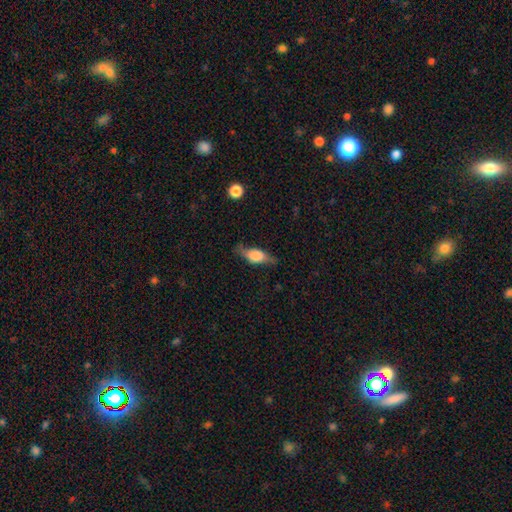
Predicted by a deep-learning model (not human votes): smooth_or_featured: smooth (p=0.54) [alt: featured or disk p=0.39]
how_rounded: in between (p=0.70) [alt: cigar-shaped p=0.24]
merging: none (p=0.67) [alt: minor disturbance p=0.23]